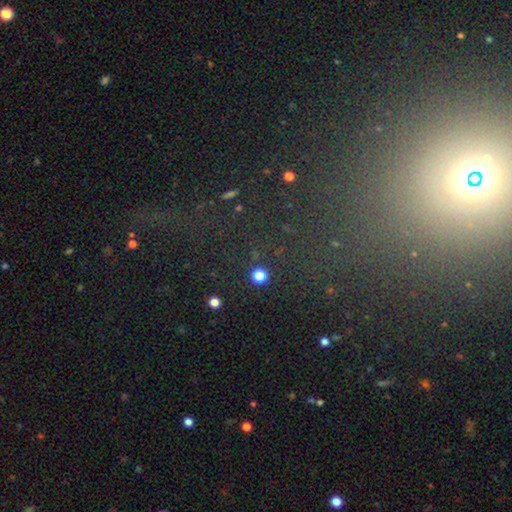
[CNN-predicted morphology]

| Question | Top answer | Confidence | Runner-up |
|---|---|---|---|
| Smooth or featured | star or artifact | 65% | smooth (21%) |